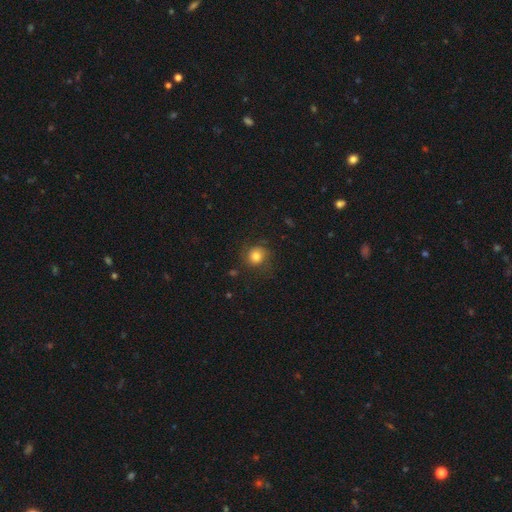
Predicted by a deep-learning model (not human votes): Q: Smooth or featured?
A: smooth (75%); runner-up: featured or disk (14%)
Q: How rounded?
A: round (83%); runner-up: in between (16%)
Q: Merging?
A: none (73%); runner-up: minor disturbance (17%)